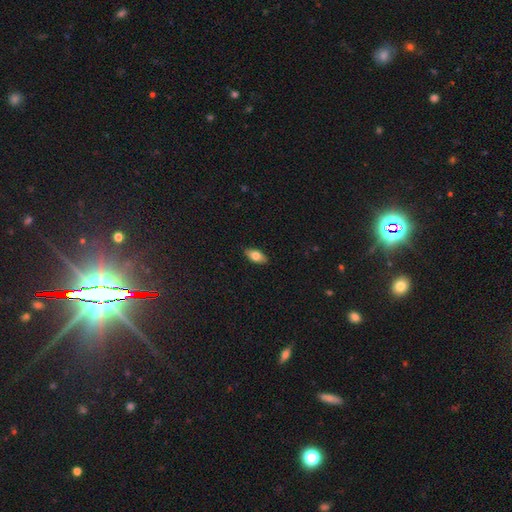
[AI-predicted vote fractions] A smooth galaxy with no disk features (74%) that is in between round and cigar-shaped (87%). Merging: none (88%).